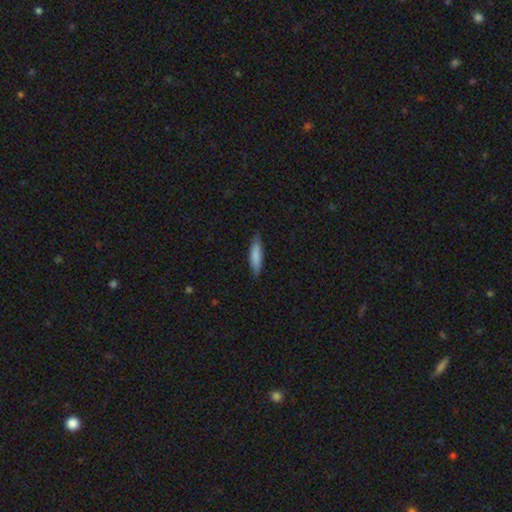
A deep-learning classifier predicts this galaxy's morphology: A smooth galaxy with no disk features (81%) that is cigar-shaped (69%).

Vote fractions:
- Smooth or featured? smooth: 81% / featured or disk: 14% / star or artifact: 6%
- How rounded? cigar-shaped: 69% / in between: 30% / round: 1%
- Merging? none: 83% / minor disturbance: 13% / major disturbance: 2% / merger: 1%